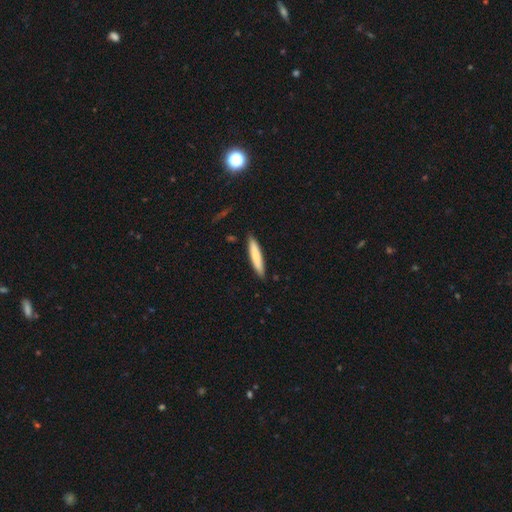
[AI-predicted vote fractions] smooth_or_featured: smooth (p=0.76) [alt: featured or disk p=0.18]
how_rounded: cigar-shaped (p=0.89) [alt: in between p=0.10]
merging: none (p=0.87) [alt: minor disturbance p=0.10]